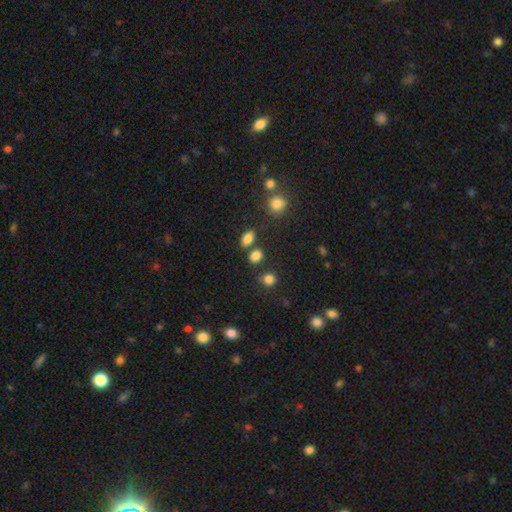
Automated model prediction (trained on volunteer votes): Morphology: type=smooth (82%); roundness=in between (62%); merging=none (71%).